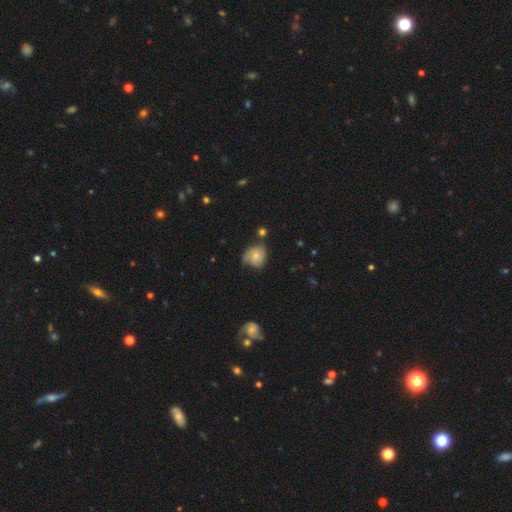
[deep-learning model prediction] Morphology: type=smooth (48%); merging=none (49%).